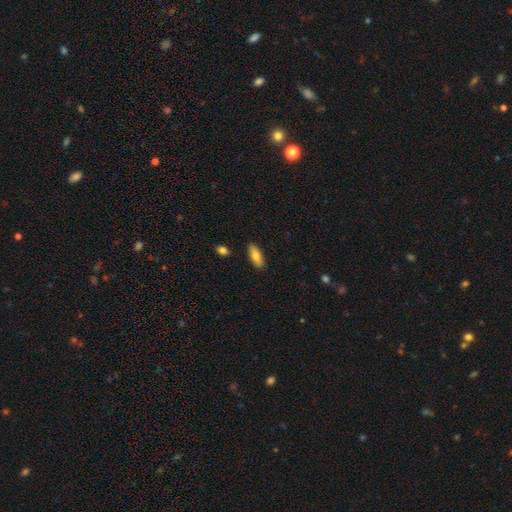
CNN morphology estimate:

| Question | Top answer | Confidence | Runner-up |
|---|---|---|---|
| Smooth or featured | smooth | 77% | featured or disk (16%) |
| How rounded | in between | 70% | cigar-shaped (28%) |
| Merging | none | 86% | minor disturbance (10%) |